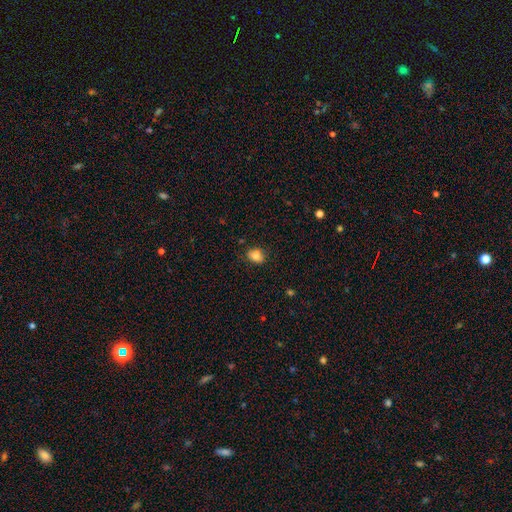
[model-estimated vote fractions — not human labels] This appears to be a smooth galaxy with no disk features (83%) that is in between round and cigar-shaped (58%). Merging: none (78%).